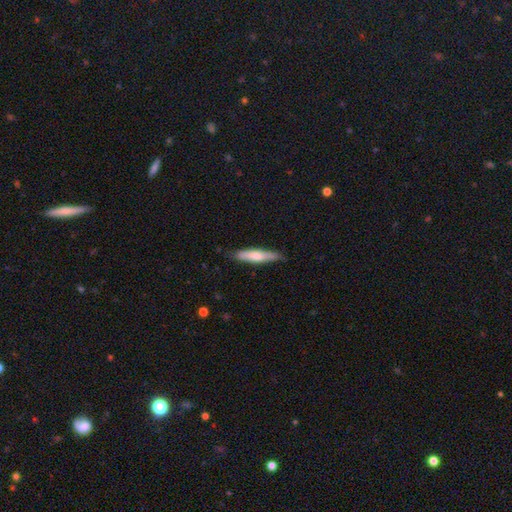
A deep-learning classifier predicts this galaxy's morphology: Smooth or featured? smooth (63%)
How rounded? cigar-shaped (84%)
Merging? none (80%)